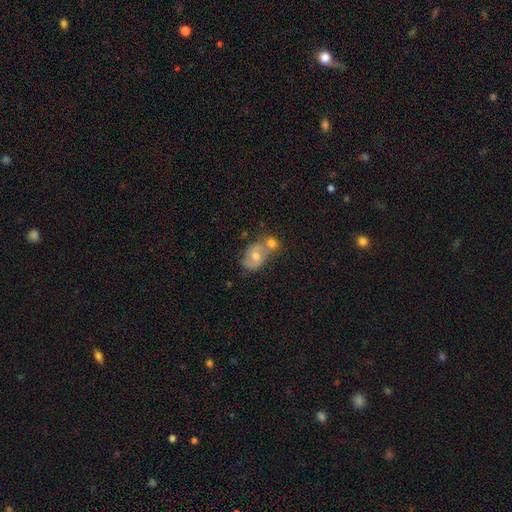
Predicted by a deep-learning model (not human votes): A featured or disk galaxy (46%).

Vote fractions:
- Smooth or featured? featured or disk: 46% / smooth: 40% / star or artifact: 14%
- Merging? merger: 44% / none: 37% / minor disturbance: 13% / major disturbance: 6%